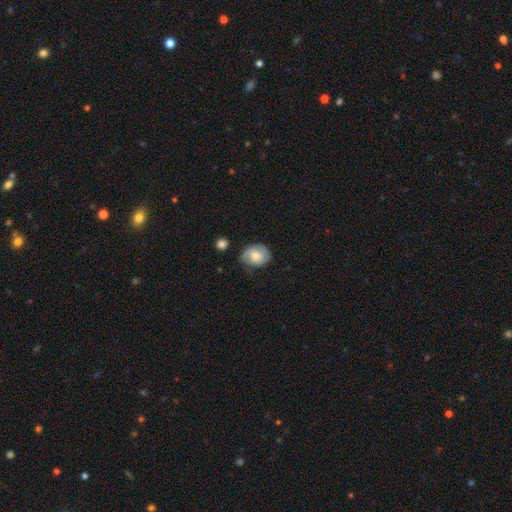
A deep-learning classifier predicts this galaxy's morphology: Smooth or featured? smooth (53%)
How rounded? round (51%)
Merging? none (66%)